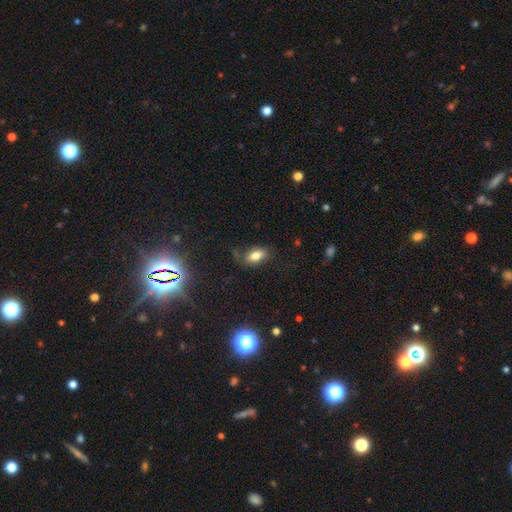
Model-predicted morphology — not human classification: smooth-or-featured: smooth: 76% | featured or disk: 13% | star or artifact: 11%
  how-rounded: in between: 89% | round: 7% | cigar-shaped: 4%
  merging: none: 64% | minor disturbance: 23% | major disturbance: 10% | merger: 3%